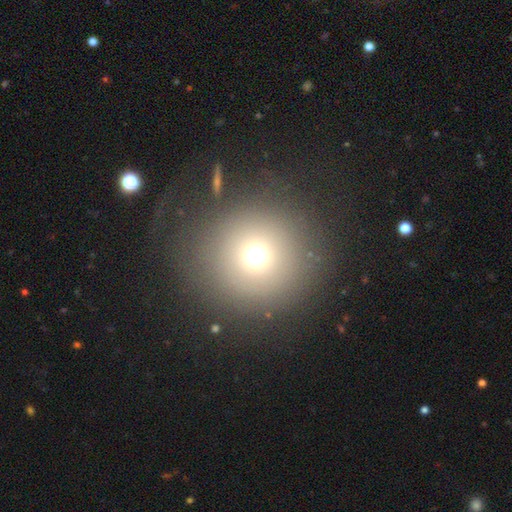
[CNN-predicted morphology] The model was most divided on "smooth or featured": smooth: 67%, star or artifact: 24%, featured or disk: 9%. More confident: how rounded — round (94%); merging — none (85%).